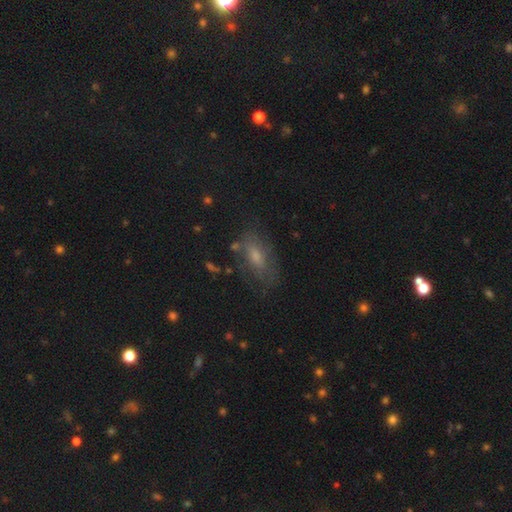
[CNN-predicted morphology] A smooth galaxy with no disk features (52%) that is in between round and cigar-shaped (78%).

Vote fractions:
- Smooth or featured? smooth: 52% / featured or disk: 36% / star or artifact: 13%
- How rounded? in between: 78% / cigar-shaped: 16% / round: 6%
- Merging? none: 64% / minor disturbance: 21% / major disturbance: 12% / merger: 3%